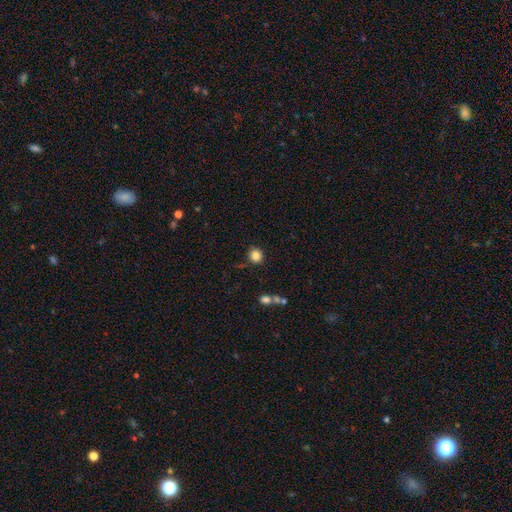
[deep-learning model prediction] Smooth or featured? smooth (85%)
How rounded? round (86%)
Merging? none (82%)